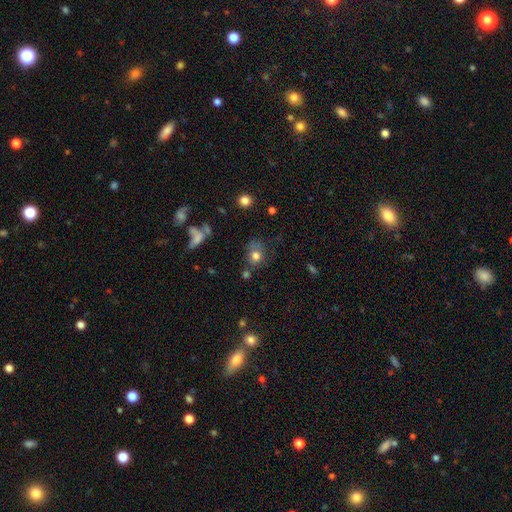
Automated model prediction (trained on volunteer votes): Morphology: type=smooth (76%); roundness=round (61%); merging=none (54%).